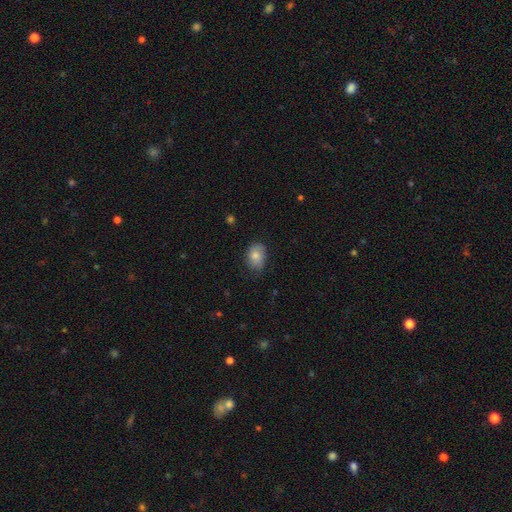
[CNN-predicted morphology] smooth_or_featured: smooth (p=0.79) [alt: featured or disk p=0.13]
how_rounded: in between (p=0.74) [alt: round p=0.25]
merging: none (p=0.66) [alt: minor disturbance p=0.27]